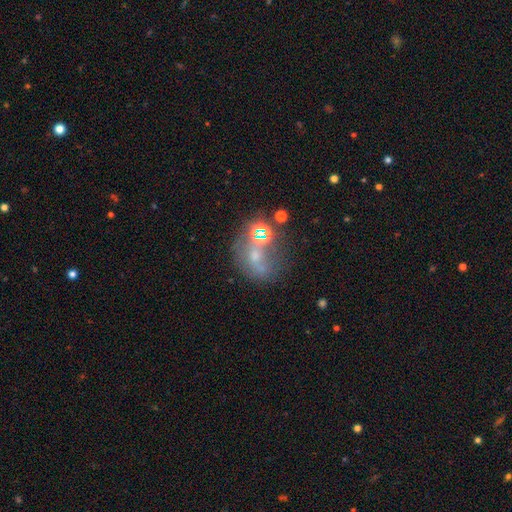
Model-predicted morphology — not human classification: smooth-or-featured: smooth: 38% | star or artifact: 31% | featured or disk: 31%
  merging: none: 38% | major disturbance: 22% | merger: 21% | minor disturbance: 18%